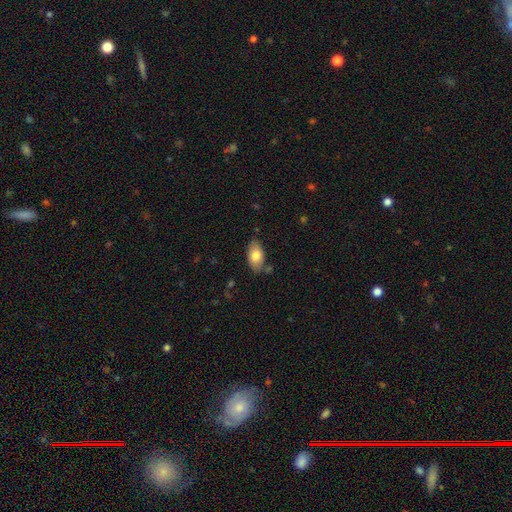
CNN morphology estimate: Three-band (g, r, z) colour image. It shows a smooth galaxy with no disk features (79%) that is in between round and cigar-shaped (93%). Merging: none (75%).